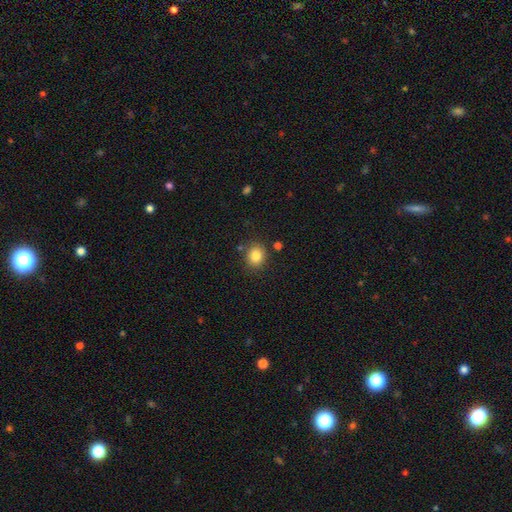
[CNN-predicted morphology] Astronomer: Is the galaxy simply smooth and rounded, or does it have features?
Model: smooth — 83%.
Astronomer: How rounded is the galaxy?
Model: round — 73%.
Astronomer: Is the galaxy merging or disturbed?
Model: none — 84%.